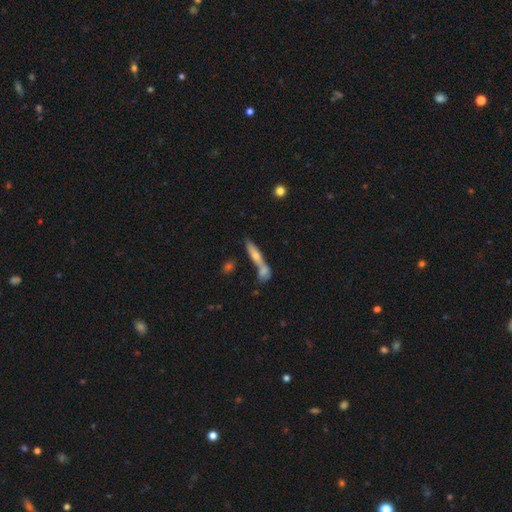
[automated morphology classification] Q: Smooth or featured?
A: smooth (49%); runner-up: featured or disk (42%)
Q: Merging?
A: none (47%); runner-up: merger (39%)